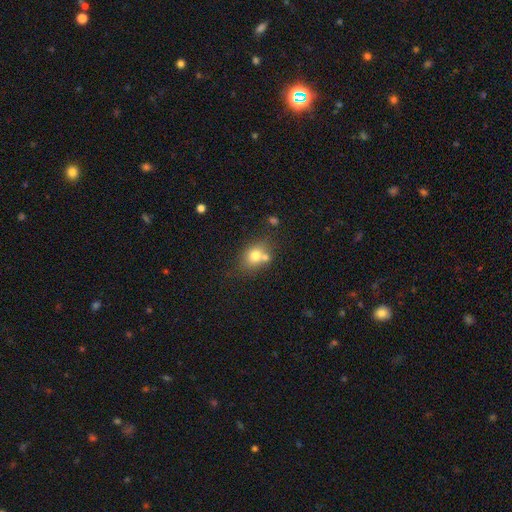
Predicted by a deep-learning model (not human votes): The model was most divided on "how rounded": round: 54%, in between: 45%, cigar-shaped: 1%. More confident: smooth or featured — smooth (73%); merging — none (54%).